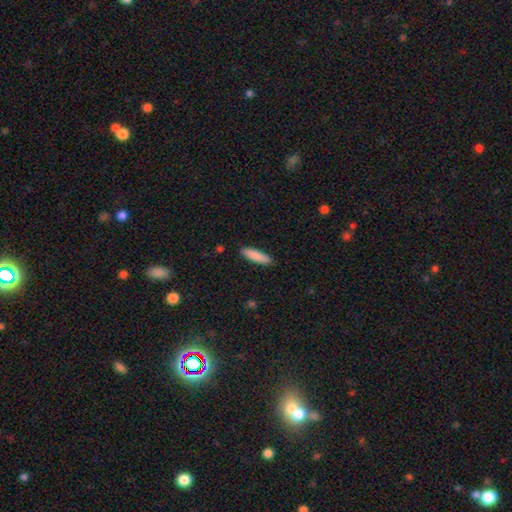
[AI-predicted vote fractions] Overall: smooth (87%). How rounded: cigar-shaped (67%; in between 31%). Merging: none (89%).